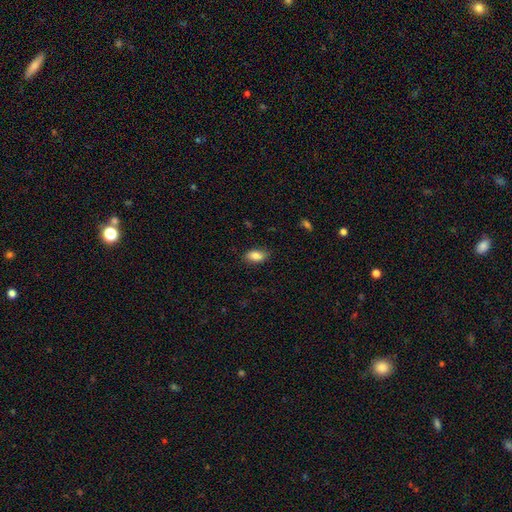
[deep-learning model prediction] This appears to be a smooth galaxy with no disk features (84%) that is in between round and cigar-shaped (90%). Merging: none (83%).